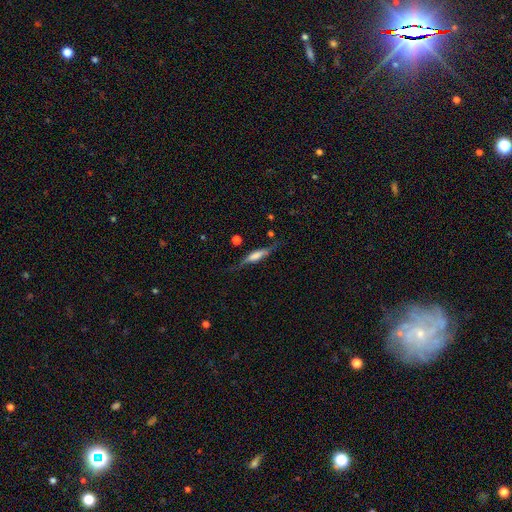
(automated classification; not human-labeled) This appears to be a featured or disk galaxy (52%) viewed edge-on (87%). Merging: none (68%).